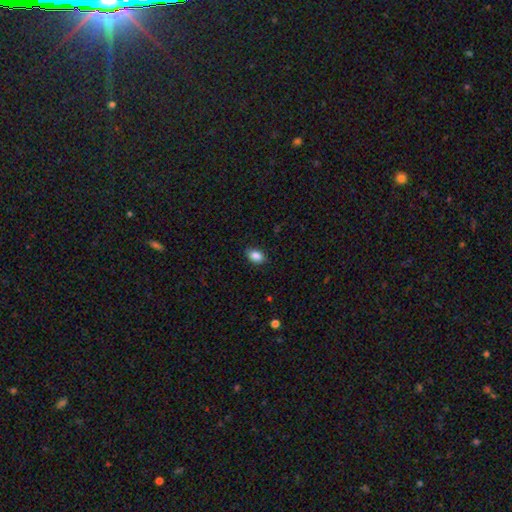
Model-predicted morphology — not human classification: Smooth or featured? Predicted: smooth (p=0.87). How rounded? Predicted: in between (p=0.85). Merging? Predicted: none (p=0.87).